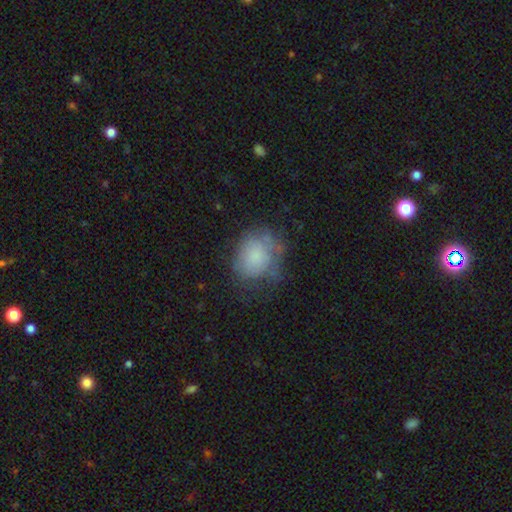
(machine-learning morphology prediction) Overall: smooth (70%). How rounded: round (56%; in between 43%). Merging: none (52%; minor disturbance 29%).